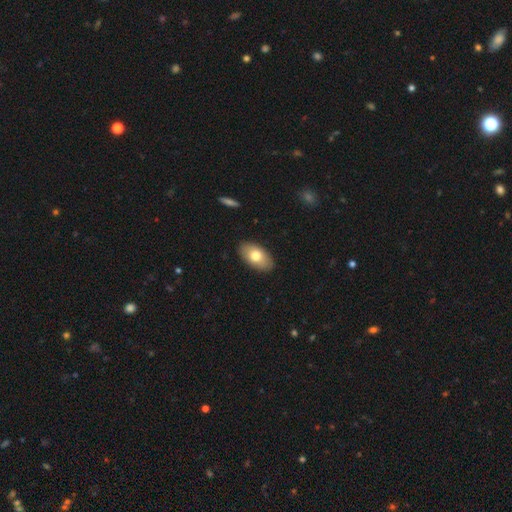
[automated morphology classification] smooth 75%, featured or disk 19%, star or artifact 6%. Down the decision tree: how rounded — in between (94%); merging — none (88%).